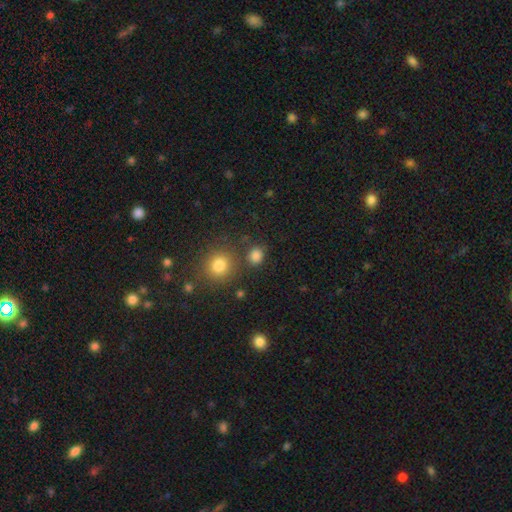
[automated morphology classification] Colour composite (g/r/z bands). It shows a smooth galaxy with no disk features (82%) that is round (75%). Merging: none (77%).